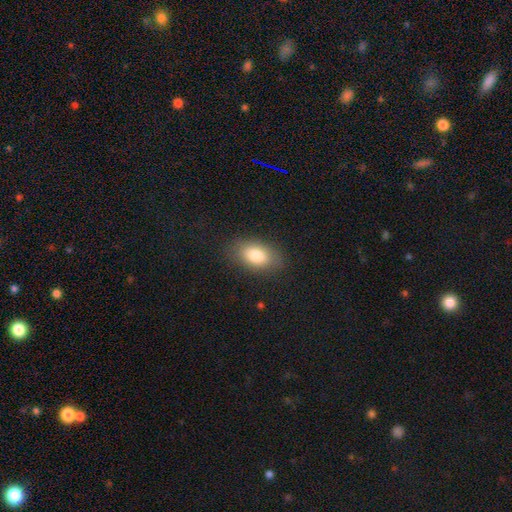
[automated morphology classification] Smooth or featured?
  - smooth: 82% *
  - featured or disk: 10%
  - star or artifact: 8%
How rounded?
  - in between: 89% *
  - round: 8%
  - cigar-shaped: 2%
Merging?
  - none: 84% *
  - minor disturbance: 12%
  - major disturbance: 4%
  - merger: 1%